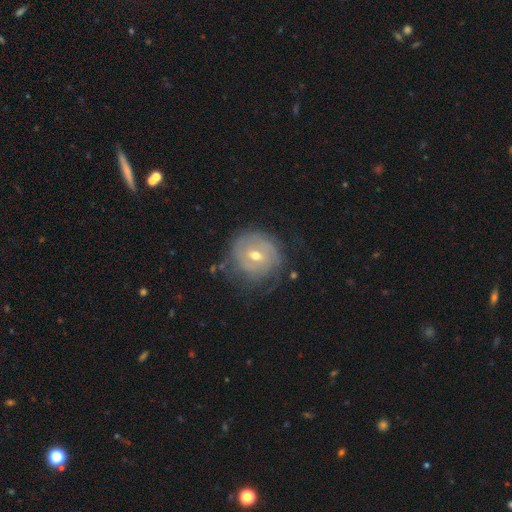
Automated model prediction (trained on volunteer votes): Smooth or featured: featured or disk — 66% (smooth — 26%)
Edge-on disk: no — 96% (yes — 4%)
Bar: weak — 46% (no — 41%)
Spiral arms: yes — 71% (no — 29%)
Bulge size: moderate — 61% (small — 35%)
Merging: none — 65% (minor disturbance — 22%)